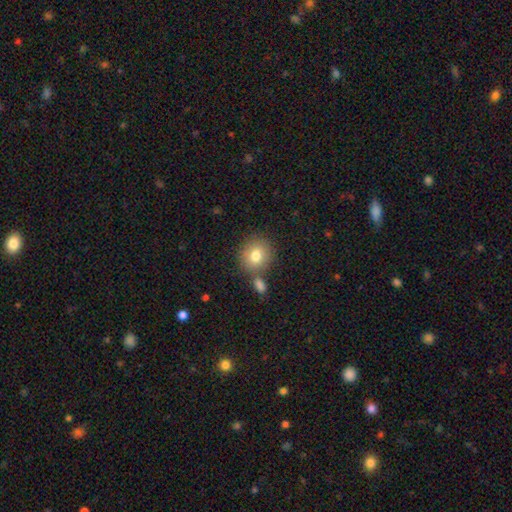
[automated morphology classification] Smooth or featured?
  - smooth: 79% *
  - featured or disk: 11%
  - star or artifact: 9%
How rounded?
  - round: 79% *
  - in between: 20%
  - cigar-shaped: 1%
Merging?
  - none: 67% *
  - merger: 18%
  - minor disturbance: 11%
  - major disturbance: 3%